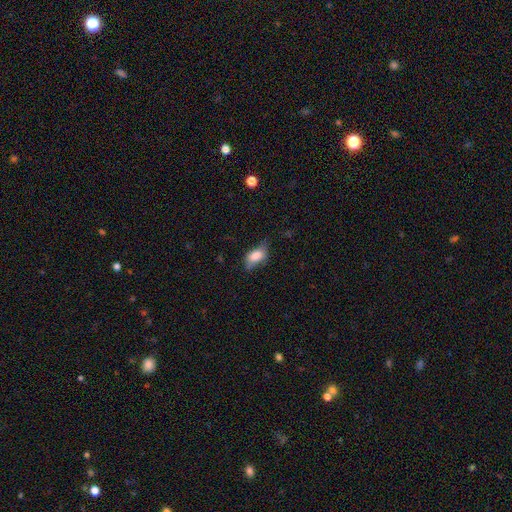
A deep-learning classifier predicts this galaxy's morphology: smooth 73%, featured or disk 19%, star or artifact 8%. Down the decision tree: how rounded — in between (86%); merging — none (51%).